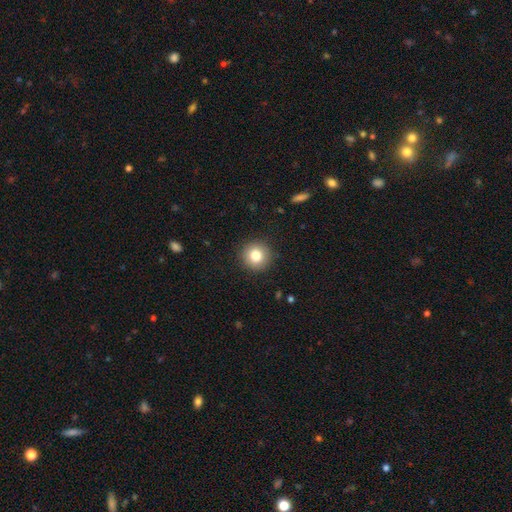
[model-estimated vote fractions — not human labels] Smooth or featured?
  - smooth: 80% *
  - star or artifact: 10%
  - featured or disk: 9%
How rounded?
  - round: 95% *
  - in between: 5%
  - cigar-shaped: 1%
Merging?
  - none: 92% *
  - minor disturbance: 5%
  - major disturbance: 2%
  - merger: 1%